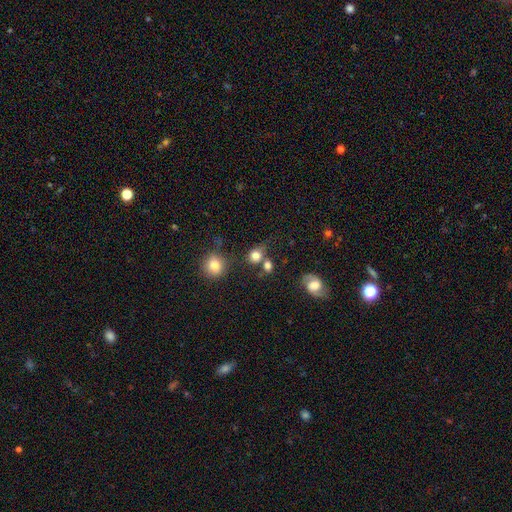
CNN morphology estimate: A smooth galaxy with no disk features (79%) that is round (72%).

Vote fractions:
- Smooth or featured? smooth: 79% / star or artifact: 12% / featured or disk: 9%
- How rounded? round: 72% / in between: 26% / cigar-shaped: 1%
- Merging? none: 56% / merger: 22% / minor disturbance: 15% / major disturbance: 7%